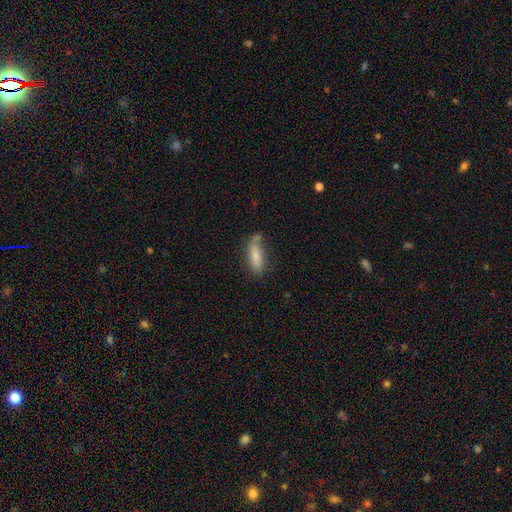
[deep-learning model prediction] Smooth or featured? Predicted: smooth (p=0.80). How rounded? Predicted: cigar-shaped (p=0.49, tied with in between). Merging? Predicted: none (p=0.59).